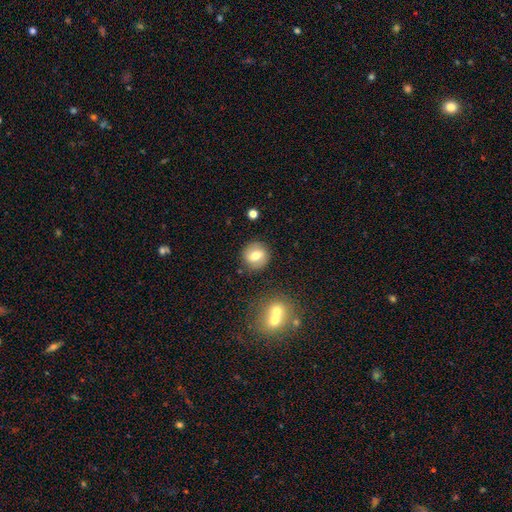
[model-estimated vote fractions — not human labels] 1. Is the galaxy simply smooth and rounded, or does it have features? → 66% smooth, 25% featured or disk, 9% star or artifact.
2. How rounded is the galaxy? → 86% round, 13% in between, 1% cigar-shaped.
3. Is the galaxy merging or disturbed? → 86% none, 8% minor disturbance, 3% merger, 3% major disturbance.